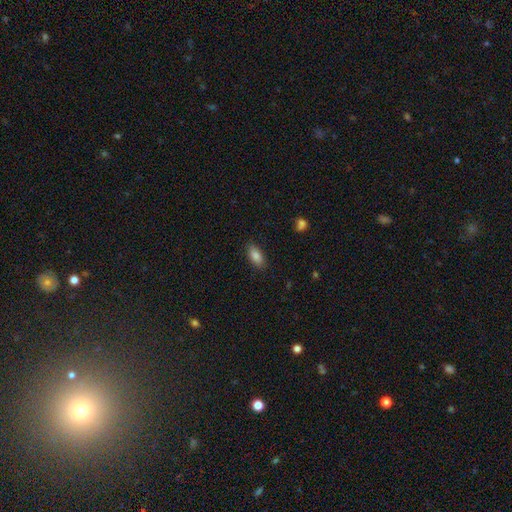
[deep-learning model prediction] The model was most divided on "merging": none: 86%, minor disturbance: 10%, major disturbance: 3%, merger: 1%. More confident: how rounded — in between (88%); smooth or featured — smooth (85%).